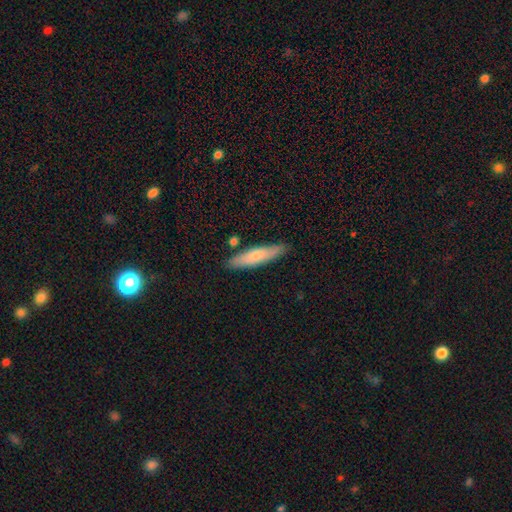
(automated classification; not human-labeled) Morphology: type=smooth (67%); roundness=cigar-shaped (79%); merging=none (83%).